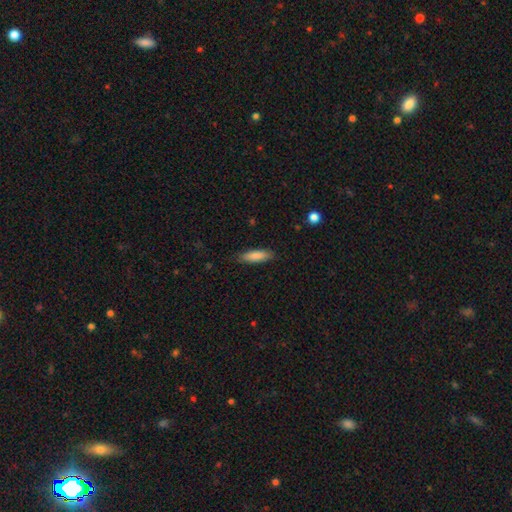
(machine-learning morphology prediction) smooth 84%, featured or disk 10%, star or artifact 6%. Down the decision tree: how rounded — cigar-shaped (58%); merging — none (85%).